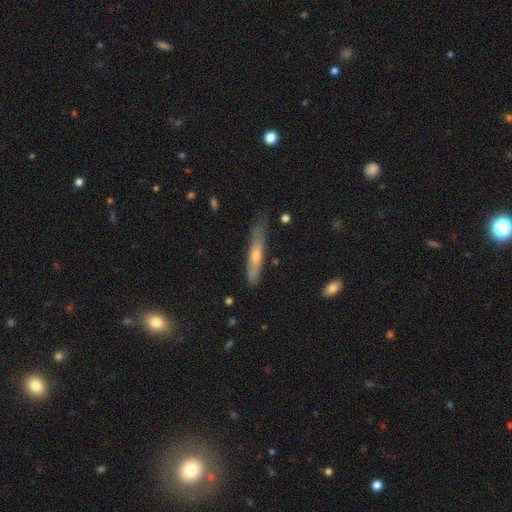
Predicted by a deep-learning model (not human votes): Smooth or featured? Predicted: smooth (p=0.48). Merging? Predicted: none (p=0.63).